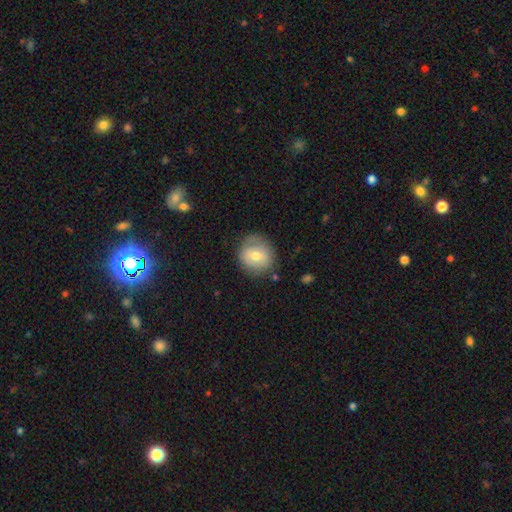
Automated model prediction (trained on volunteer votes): A smooth galaxy with no disk features (65%) that is round (86%). Merging: none (73%).